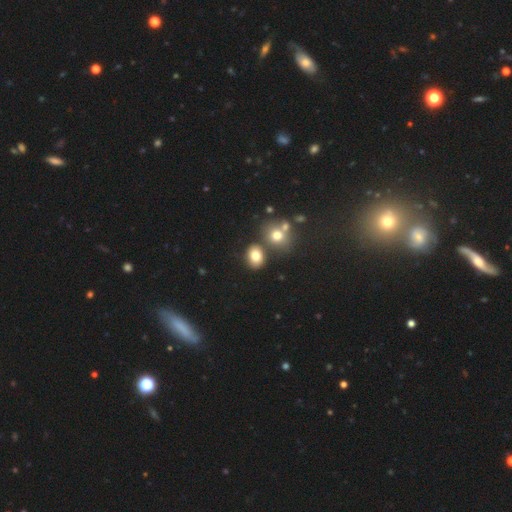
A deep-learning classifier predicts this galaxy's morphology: Smooth or featured? smooth (77%)
How rounded? in between (54%)
Merging? none (67%)